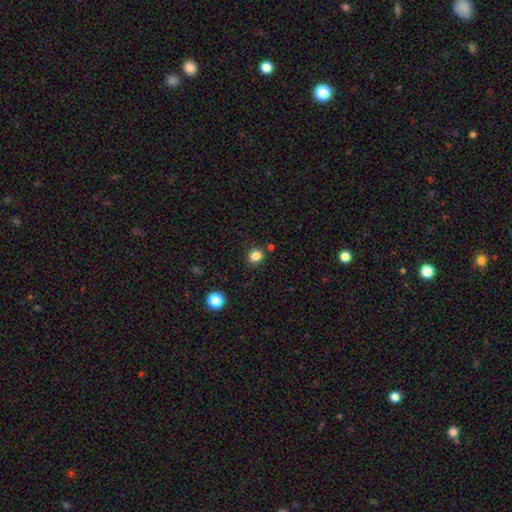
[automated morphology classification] The model was most divided on "how rounded": round: 75%, in between: 24%, cigar-shaped: 1%. More confident: merging — none (84%); smooth or featured — smooth (83%).